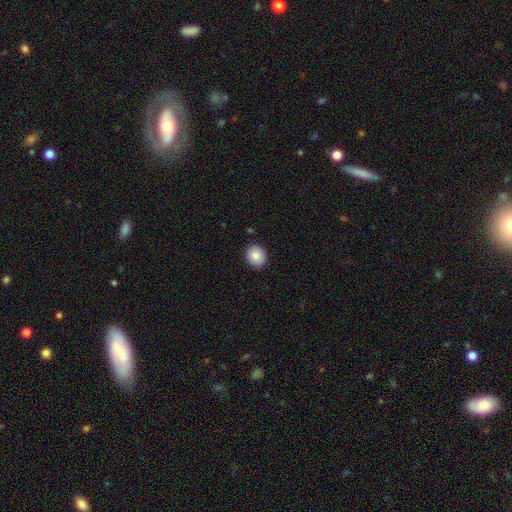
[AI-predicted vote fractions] smooth_or_featured: smooth (p=0.84) [alt: featured or disk p=0.08]
how_rounded: round (p=0.78) [alt: in between p=0.21]
merging: none (p=0.90) [alt: minor disturbance p=0.07]